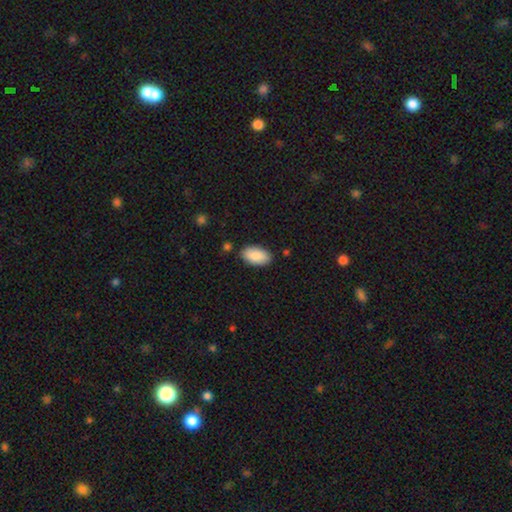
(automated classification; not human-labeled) This is clearly a smooth galaxy (89%). How rounded: clearly in between (95%). Merging: clearly none (84%).